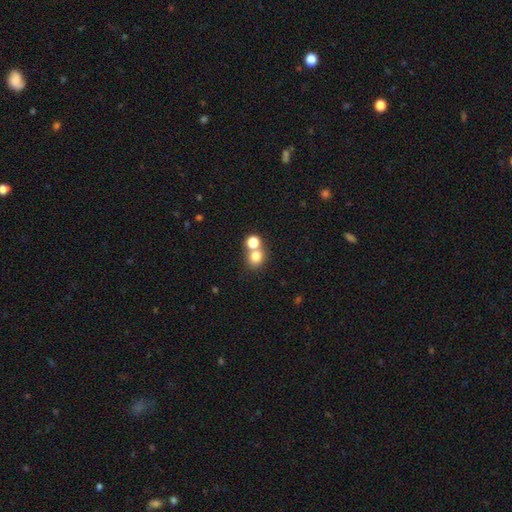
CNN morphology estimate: The model was most divided on "merging": none: 51%, merger: 39%, minor disturbance: 7%, major disturbance: 3%. More confident: how rounded — round (77%); smooth or featured — smooth (77%).